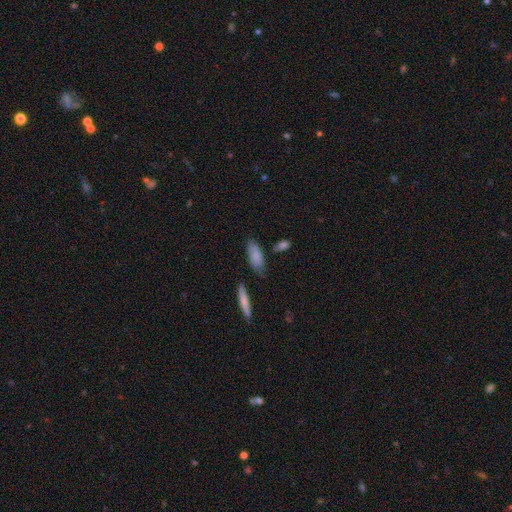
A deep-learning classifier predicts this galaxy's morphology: type=smooth (81%); roundness=in between (75%); merging=none (69%).